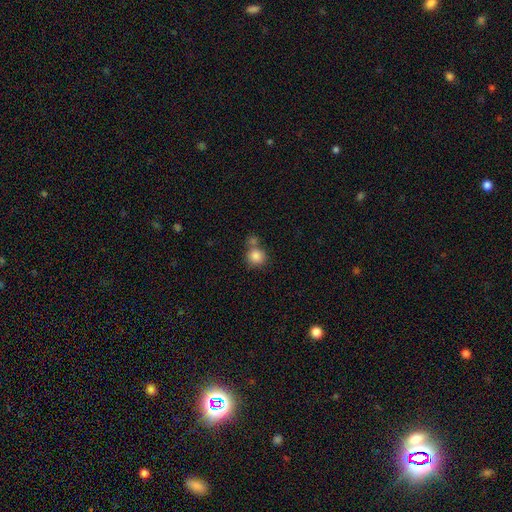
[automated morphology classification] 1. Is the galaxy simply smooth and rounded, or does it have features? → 85% smooth, 9% star or artifact, 6% featured or disk.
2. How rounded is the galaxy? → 90% round, 9% in between, 1% cigar-shaped.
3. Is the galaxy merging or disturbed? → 55% none, 31% merger, 11% minor disturbance, 4% major disturbance.